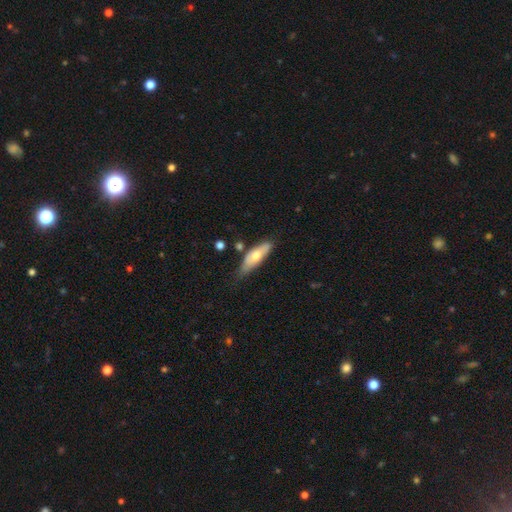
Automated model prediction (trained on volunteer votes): smooth-or-featured: smooth: 60% | featured or disk: 34% | star or artifact: 6%
  how-rounded: in between: 55% | cigar-shaped: 43% | round: 2%
  merging: none: 59% | minor disturbance: 29% | major disturbance: 6% | merger: 6%